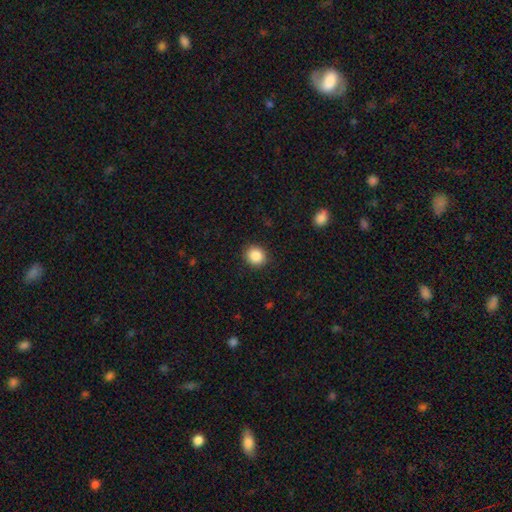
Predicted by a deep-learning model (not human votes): smooth-or-featured: smooth: 87% | star or artifact: 9% | featured or disk: 4%
  how-rounded: round: 81% | in between: 18% | cigar-shaped: 1%
  merging: none: 90% | minor disturbance: 7% | major disturbance: 2% | merger: 1%